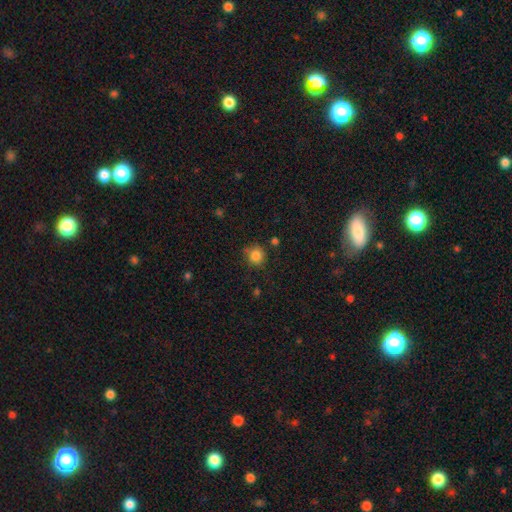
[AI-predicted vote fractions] Morphology: type=smooth (84%); roundness=round (89%); merging=none (75%).